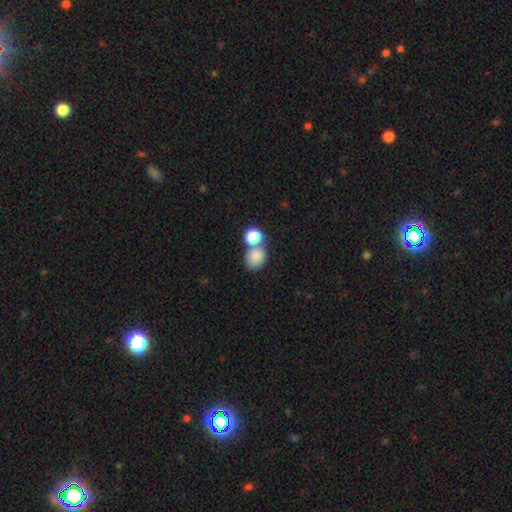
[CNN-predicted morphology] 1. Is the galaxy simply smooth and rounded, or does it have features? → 82% smooth, 10% star or artifact, 8% featured or disk.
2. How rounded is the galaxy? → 56% round, 43% in between, 1% cigar-shaped.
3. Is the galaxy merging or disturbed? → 45% none, 40% merger, 11% minor disturbance, 5% major disturbance.